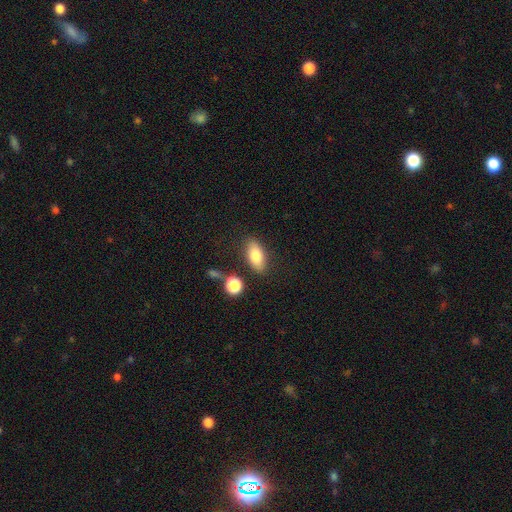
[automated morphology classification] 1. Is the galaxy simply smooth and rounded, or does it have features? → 81% smooth, 11% featured or disk, 8% star or artifact.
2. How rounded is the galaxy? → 85% in between, 10% cigar-shaped, 5% round.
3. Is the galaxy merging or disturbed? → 81% none, 12% minor disturbance, 4% merger, 3% major disturbance.